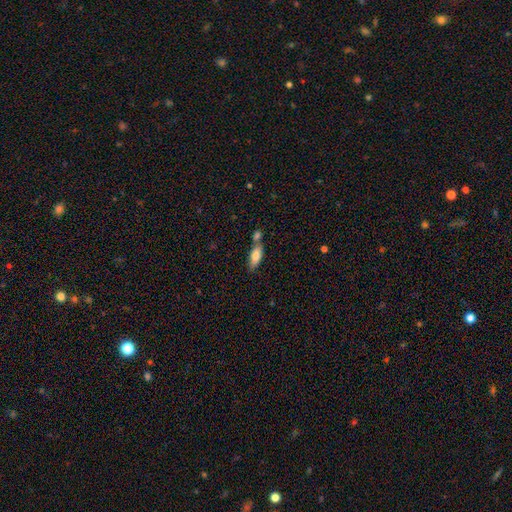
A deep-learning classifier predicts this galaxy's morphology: A smooth galaxy with no disk features (77%) that is in between round and cigar-shaped (70%). Merging: none (50%).